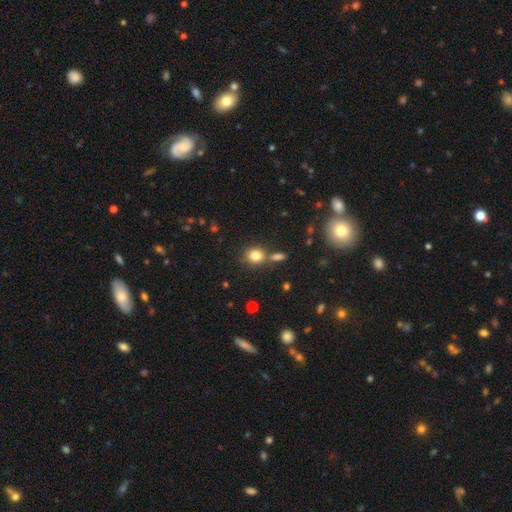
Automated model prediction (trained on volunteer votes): Smooth or featured? smooth (81%)
How rounded? round (76%)
Merging? none (68%)